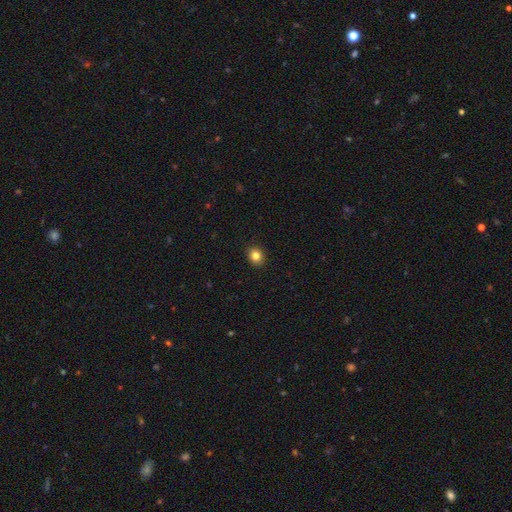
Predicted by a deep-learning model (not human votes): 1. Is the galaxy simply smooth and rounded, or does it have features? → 82% smooth, 11% star or artifact, 6% featured or disk.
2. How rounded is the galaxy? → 72% round, 27% in between, 1% cigar-shaped.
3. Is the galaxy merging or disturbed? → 91% none, 6% minor disturbance, 2% major disturbance, 1% merger.